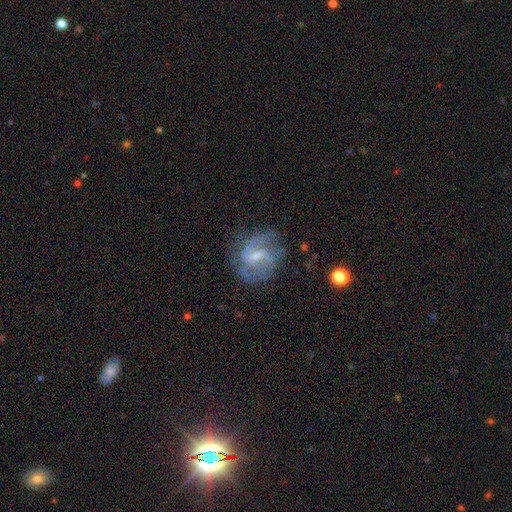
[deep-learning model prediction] This is likely a featured or disk galaxy (80%). It is clearly not viewed edge-on (97%). Bar: likely weak (62%). Spiral arm pattern: clearly yes (91%). Spiral arm count: likely 2 (69%). Spiral winding: possibly medium (50%). Central bulge: possibly small (50%). Merging: likely none (62%).